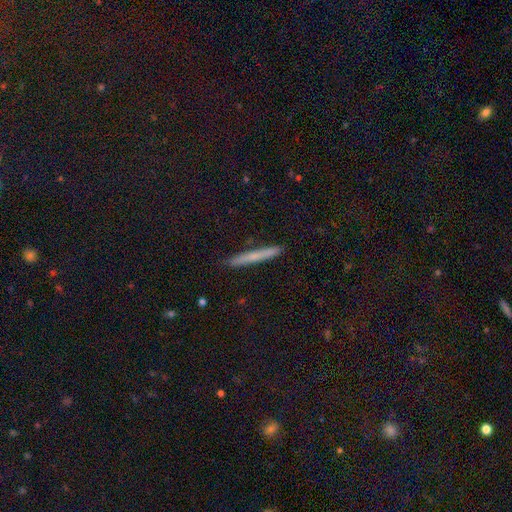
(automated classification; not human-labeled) The model was most divided on "smooth or featured": smooth: 60%, featured or disk: 31%, star or artifact: 9%. More confident: how rounded — cigar-shaped (96%); merging — none (90%).